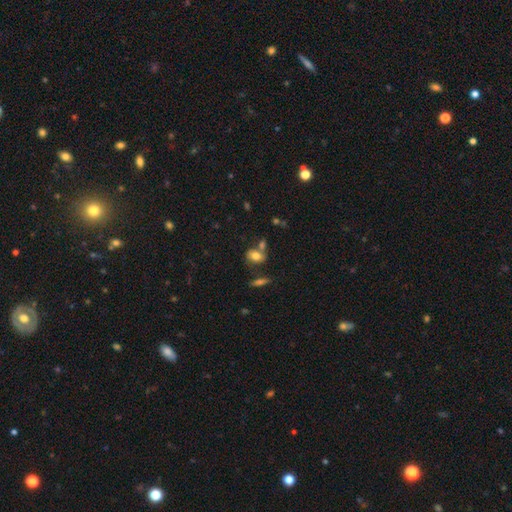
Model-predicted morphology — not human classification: The model was most divided on "merging": none: 50%, merger: 30%, minor disturbance: 14%, major disturbance: 6%. More confident: how rounded — in between (75%); smooth or featured — smooth (73%).